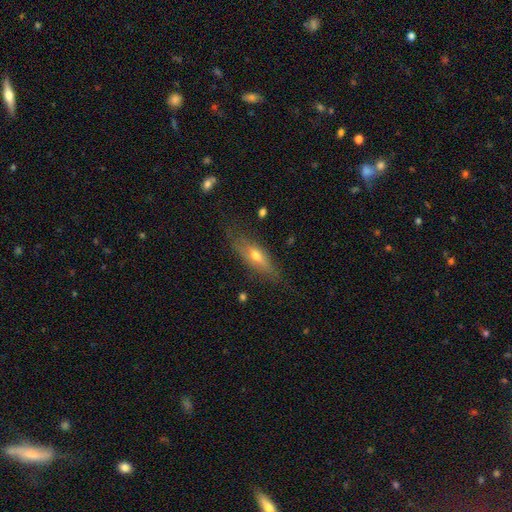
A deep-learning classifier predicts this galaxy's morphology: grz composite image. It shows a featured or disk galaxy (49%). Merging: none (75%).